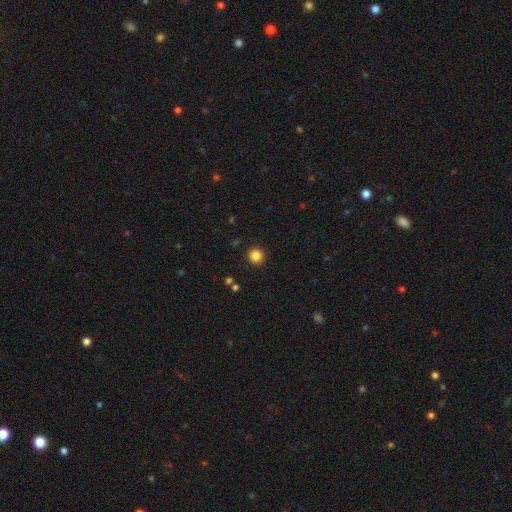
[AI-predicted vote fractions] Smooth or featured? Predicted: smooth (p=0.84). How rounded? Predicted: round (p=0.95). Merging? Predicted: none (p=0.92).